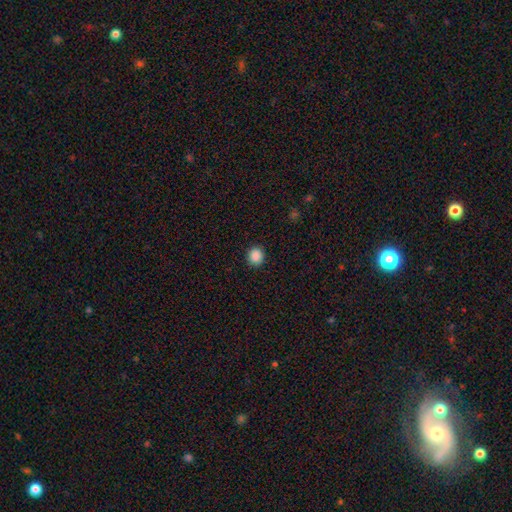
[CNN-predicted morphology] smooth 88%, star or artifact 9%, featured or disk 2%. Down the decision tree: how rounded — round (80%); merging — none (91%).